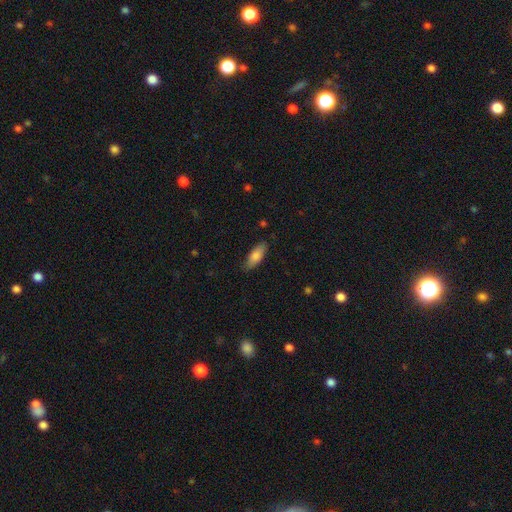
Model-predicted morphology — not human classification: Overall: smooth (80%). How rounded: in between (71%). Merging: none (82%).